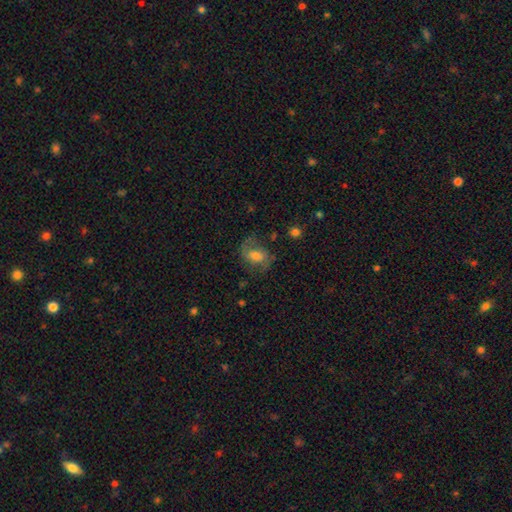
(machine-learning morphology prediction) This appears to be a featured or disk galaxy (59%) with a weak bar (44%), spiral arms (86%) and a moderate central bulge (45%). Merging: none (64%).